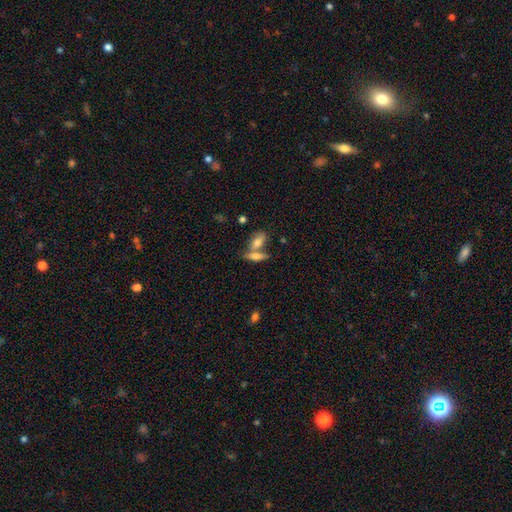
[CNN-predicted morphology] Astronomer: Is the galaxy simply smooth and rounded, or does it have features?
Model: smooth — 62%.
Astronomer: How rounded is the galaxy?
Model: in between — 57% (runner-up: cigar-shaped, 38%).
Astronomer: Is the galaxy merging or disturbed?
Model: merger — 45% (runner-up: none, 43%).